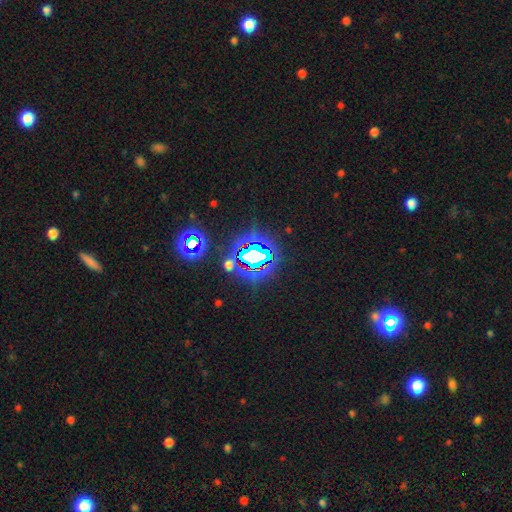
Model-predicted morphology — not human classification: Q: Smooth or featured?
A: star or artifact (79%); runner-up: smooth (13%)